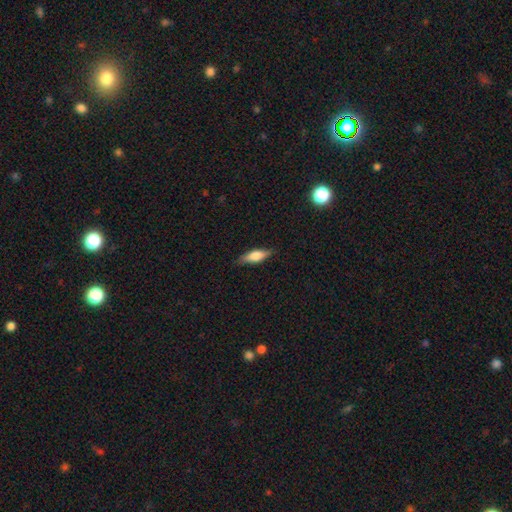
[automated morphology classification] smooth_or_featured: smooth (p=0.68) [alt: featured or disk p=0.25]
how_rounded: in between (p=0.53) [alt: cigar-shaped p=0.44]
merging: none (p=0.80) [alt: minor disturbance p=0.16]